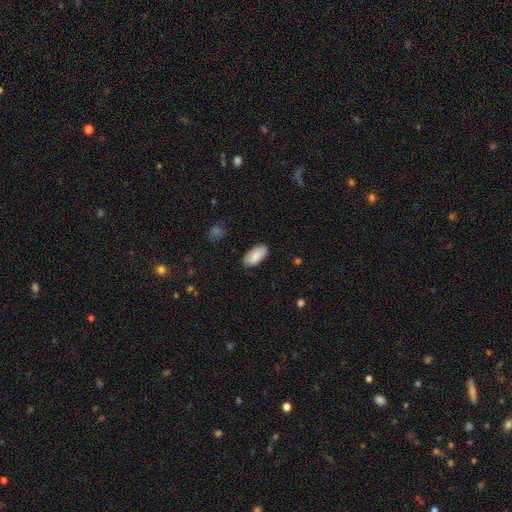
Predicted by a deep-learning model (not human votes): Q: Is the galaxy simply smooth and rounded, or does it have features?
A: smooth — 86%.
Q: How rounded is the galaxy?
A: in between — 94%.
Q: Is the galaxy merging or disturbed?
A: none — 84%.